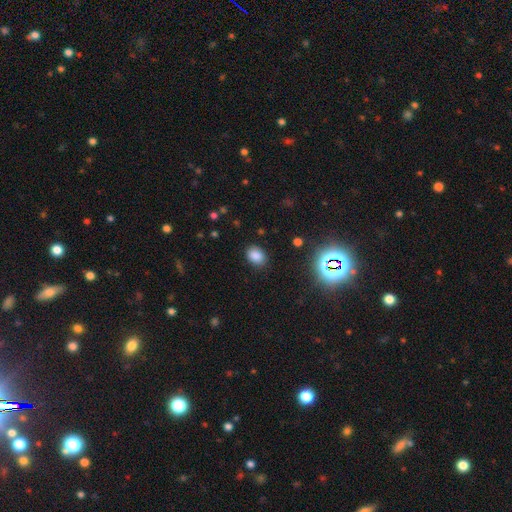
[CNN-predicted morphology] smooth-or-featured: smooth: 82% | star or artifact: 14% | featured or disk: 5%
  how-rounded: in between: 65% | round: 34% | cigar-shaped: 1%
  merging: none: 86% | minor disturbance: 10% | major disturbance: 3% | merger: 1%